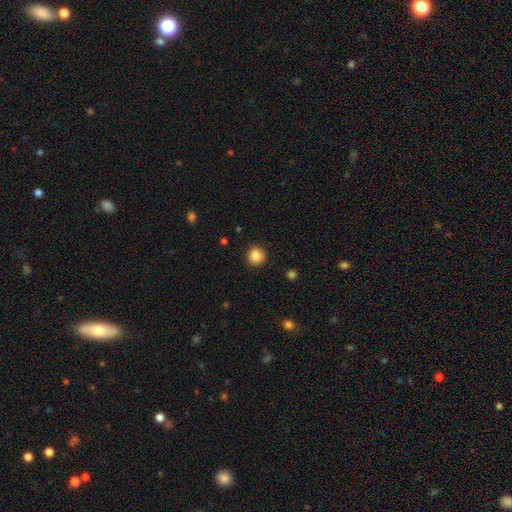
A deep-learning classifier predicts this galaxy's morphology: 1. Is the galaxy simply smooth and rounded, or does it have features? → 86% smooth, 10% star or artifact, 4% featured or disk.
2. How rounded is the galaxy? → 92% round, 7% in between, 1% cigar-shaped.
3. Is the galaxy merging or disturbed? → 90% none, 7% minor disturbance, 2% major disturbance, 1% merger.